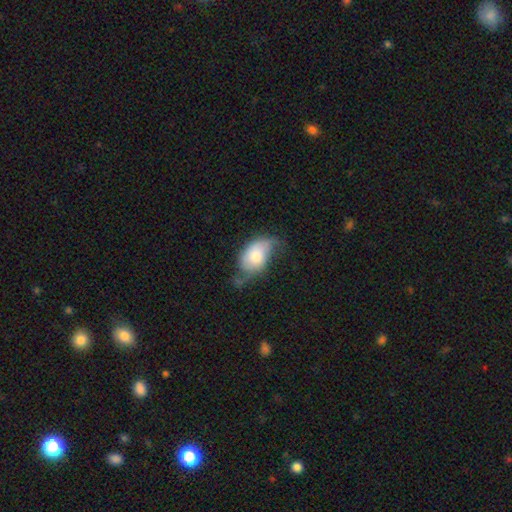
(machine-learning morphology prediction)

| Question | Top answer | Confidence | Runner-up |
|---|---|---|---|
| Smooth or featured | smooth | 63% | featured or disk (30%) |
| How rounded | in between | 88% | round (10%) |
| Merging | minor disturbance | 41% | none (31%) |